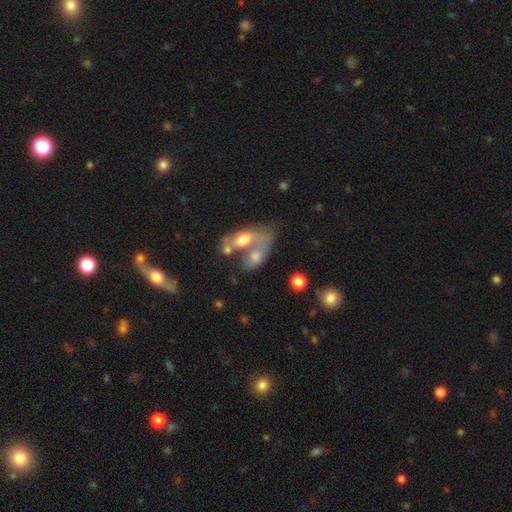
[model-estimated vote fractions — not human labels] smooth_or_featured: smooth (p=0.56) [alt: featured or disk p=0.34]
how_rounded: in between (p=0.84) [alt: round p=0.11]
merging: merger (p=0.65) [alt: none p=0.13]